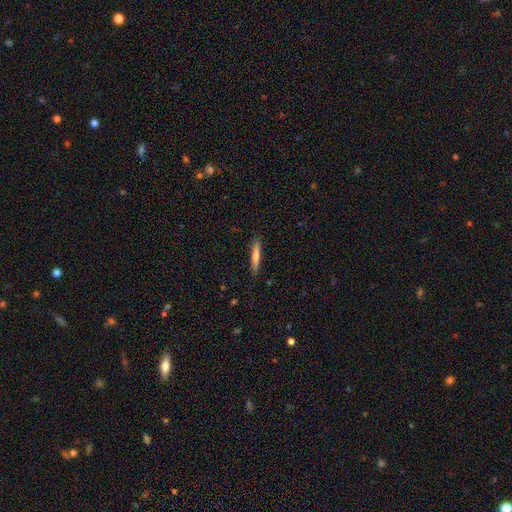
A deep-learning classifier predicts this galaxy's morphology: Q: Smooth or featured?
A: smooth (57%); runner-up: featured or disk (37%)
Q: How rounded?
A: cigar-shaped (93%); runner-up: in between (6%)
Q: Merging?
A: none (88%); runner-up: minor disturbance (9%)